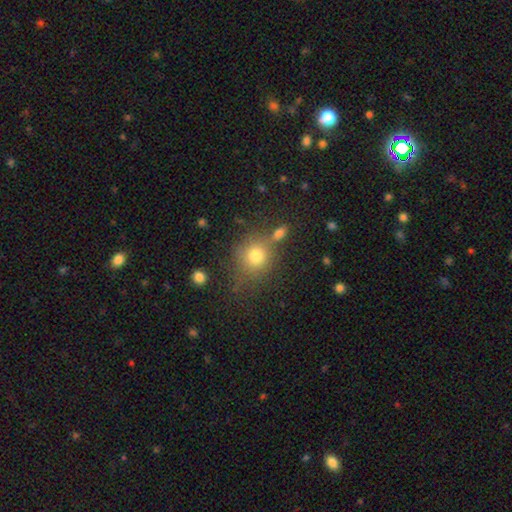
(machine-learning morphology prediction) Smooth or featured: smooth — 76% (star or artifact — 14%)
How rounded: round — 83% (in between — 16%)
Merging: none — 66% (merger — 14%)